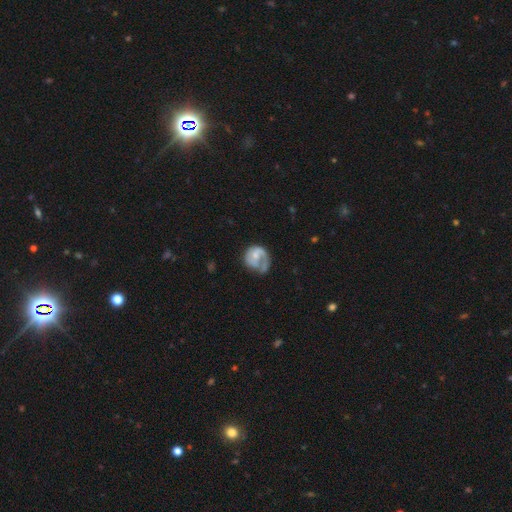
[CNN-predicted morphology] Q: Smooth or featured?
A: featured or disk (67%); runner-up: smooth (27%)
Q: Edge-on disk?
A: no (98%); runner-up: yes (2%)
Q: Bar?
A: no (60%); runner-up: weak (34%)
Q: Spiral arms?
A: yes (84%); runner-up: no (16%)
Q: Spiral winding?
A: medium (40%); runner-up: tight (36%)
Q: Spiral arm count?
A: 1 (52%); runner-up: 2 (34%)
Q: Bulge size?
A: small (49%); runner-up: moderate (34%)
Q: Merging?
A: none (43%); runner-up: major disturbance (28%)